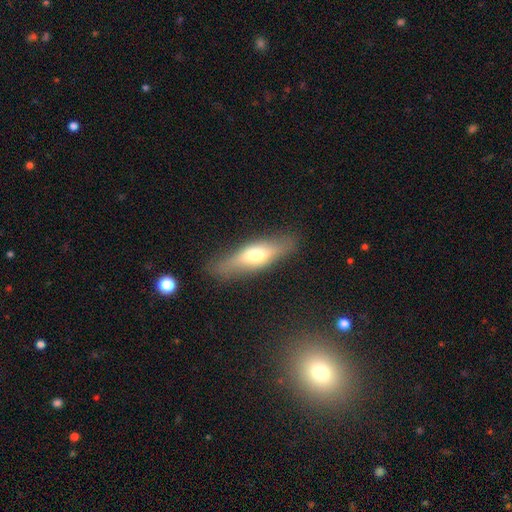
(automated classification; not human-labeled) This appears to be a smooth galaxy with no disk features (54%) that is cigar-shaped (50%). Merging: none (80%).